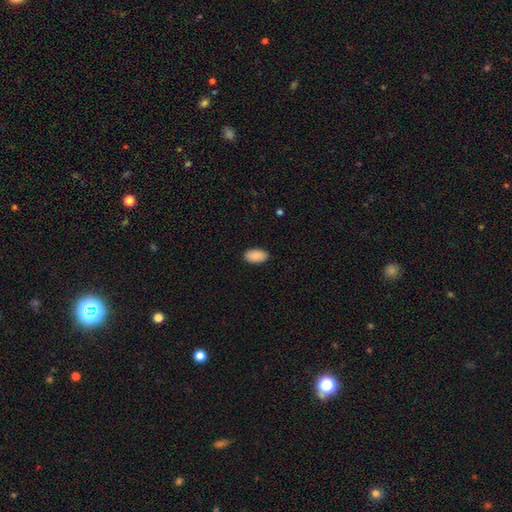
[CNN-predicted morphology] This is clearly a smooth galaxy (89%). How rounded: clearly in between (95%). Merging: clearly none (89%).